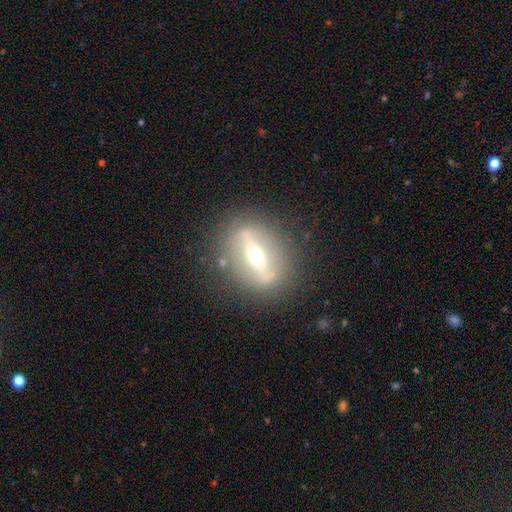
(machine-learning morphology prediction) Smooth or featured? featured or disk (75%)
Edge-on disk? yes (57%)
Merging? none (82%)